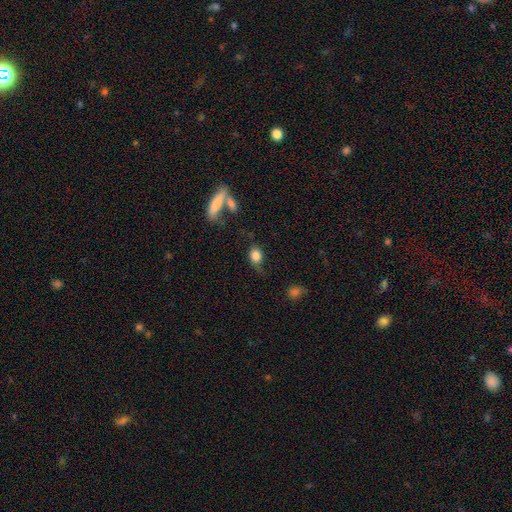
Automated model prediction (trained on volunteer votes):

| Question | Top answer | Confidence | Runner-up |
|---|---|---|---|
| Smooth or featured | smooth | 81% | featured or disk (11%) |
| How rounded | in between | 58% | round (39%) |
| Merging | none | 53% | minor disturbance (26%) |